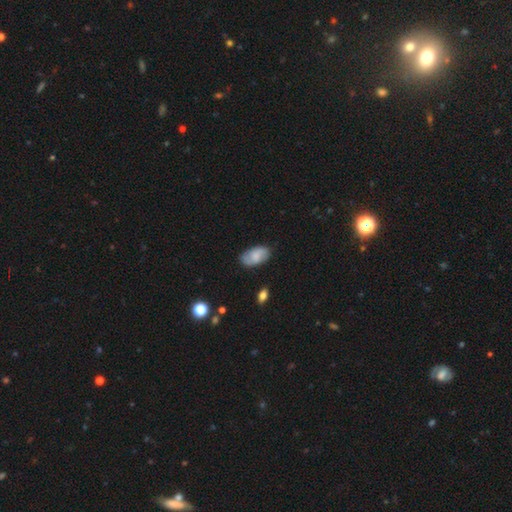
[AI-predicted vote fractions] A smooth galaxy with no disk features (60%) that is in between round and cigar-shaped (93%).

Vote fractions:
- Smooth or featured? smooth: 60% / featured or disk: 32% / star or artifact: 8%
- How rounded? in between: 93% / round: 4% / cigar-shaped: 2%
- Merging? none: 78% / minor disturbance: 16% / major disturbance: 3% / merger: 2%